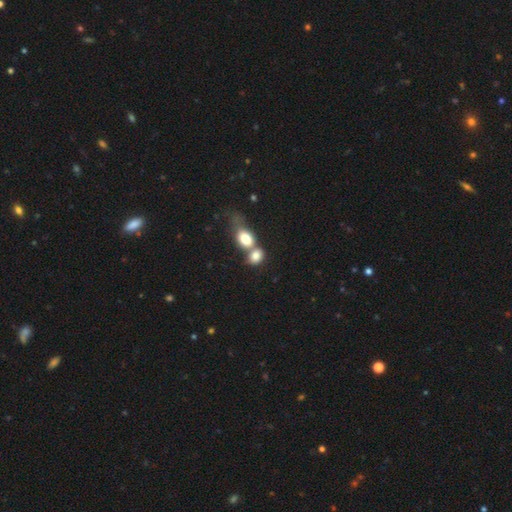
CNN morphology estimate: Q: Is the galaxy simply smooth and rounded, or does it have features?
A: smooth — 79%.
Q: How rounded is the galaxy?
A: in between — 67%.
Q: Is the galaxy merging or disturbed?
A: merger — 67%.